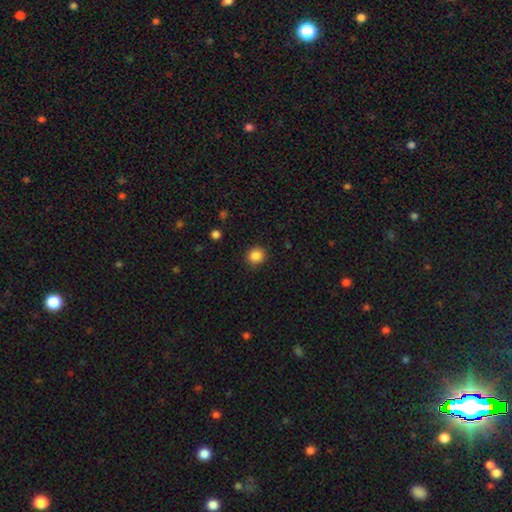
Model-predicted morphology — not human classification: smooth-or-featured: smooth: 87% | star or artifact: 10% | featured or disk: 3%
  how-rounded: round: 87% | in between: 13% | cigar-shaped: 1%
  merging: none: 89% | minor disturbance: 7% | major disturbance: 2% | merger: 1%